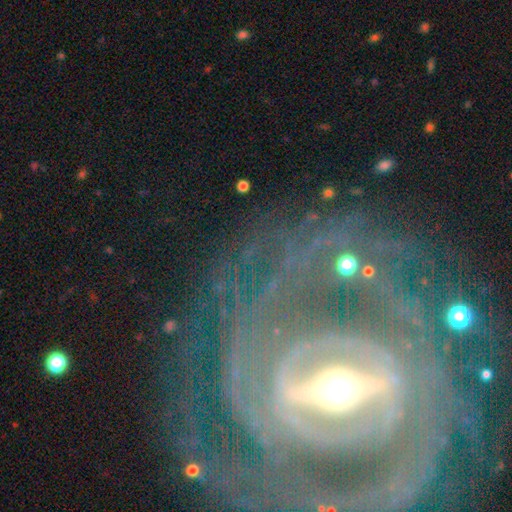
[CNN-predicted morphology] smooth_or_featured: featured or disk (p=0.89) [alt: star or artifact p=0.06]
disk_edge_on: no (p=0.87) [alt: yes p=0.13]
bar: strong (p=0.77) [alt: weak p=0.15]
has_spiral_arms: yes (p=0.87) [alt: no p=0.13]
spiral_winding: tight (p=0.73) [alt: medium p=0.20]
spiral_arm_count: can't tell (p=0.33) [alt: 2 p=0.20]
bulge_size: moderate (p=0.58) [alt: small p=0.23]
merging: none (p=0.71) [alt: major disturbance p=0.13]